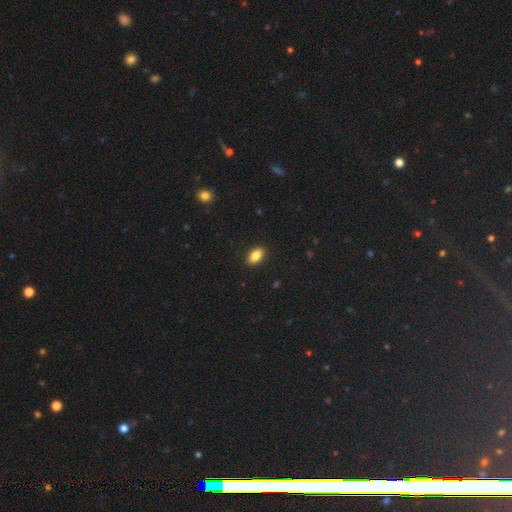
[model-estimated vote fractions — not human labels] Smooth or featured: smooth — 84% (featured or disk — 8%)
How rounded: in between — 90% (round — 5%)
Merging: none — 90% (minor disturbance — 7%)